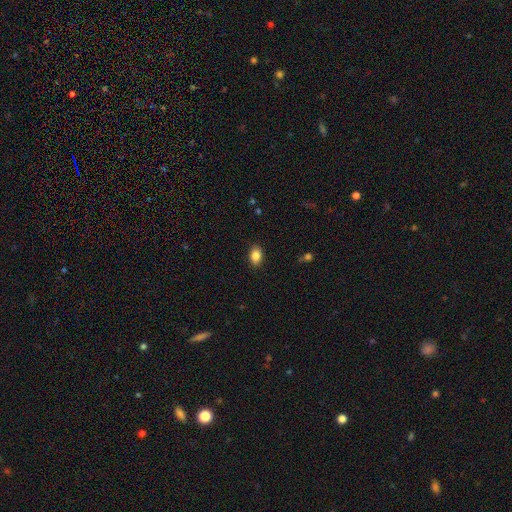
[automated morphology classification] A smooth galaxy with no disk features (86%) that is in between round and cigar-shaped (79%). Merging: none (88%).